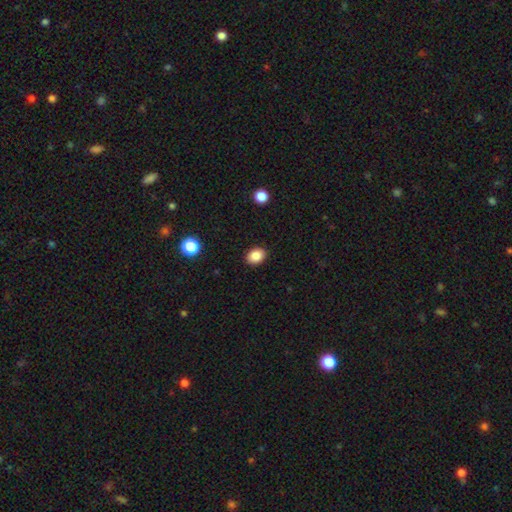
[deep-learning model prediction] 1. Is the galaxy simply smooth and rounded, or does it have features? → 86% smooth, 9% star or artifact, 4% featured or disk.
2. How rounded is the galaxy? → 61% in between, 38% round, 1% cigar-shaped.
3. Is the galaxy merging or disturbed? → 90% none, 7% minor disturbance, 2% major disturbance, 1% merger.